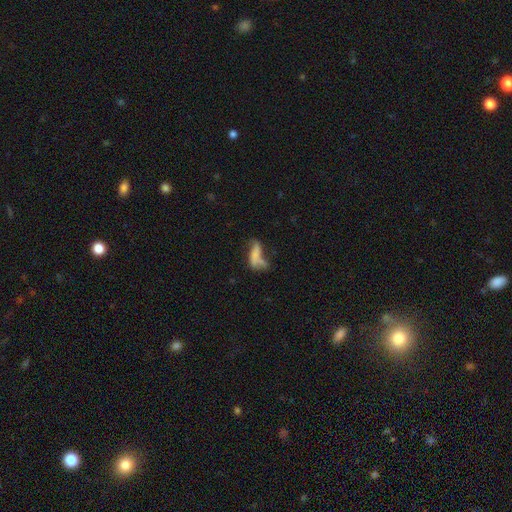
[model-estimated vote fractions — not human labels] Overall: smooth (53%; featured or disk 34%). How rounded: in between (55%; cigar-shaped 41%). Merging: none (28%; major disturbance 27%).